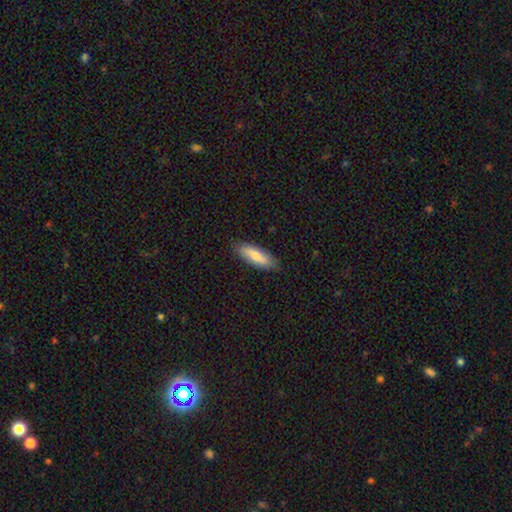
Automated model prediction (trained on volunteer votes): smooth_or_featured: smooth (p=0.76) [alt: featured or disk p=0.18]
how_rounded: in between (p=0.53) [alt: cigar-shaped p=0.45]
merging: none (p=0.85) [alt: minor disturbance p=0.12]